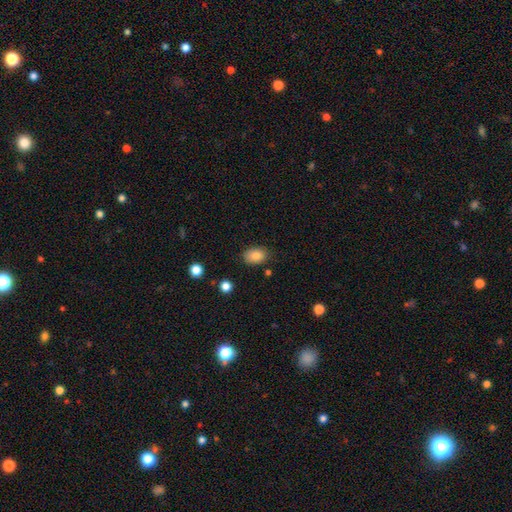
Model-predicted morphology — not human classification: smooth 84%, star or artifact 9%, featured or disk 7%. Down the decision tree: how rounded — in between (81%); merging — none (81%).